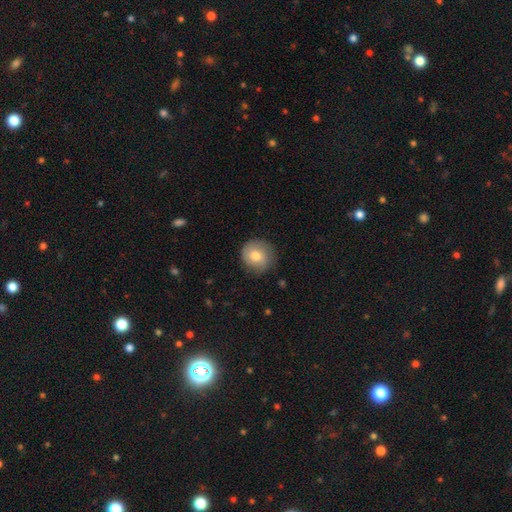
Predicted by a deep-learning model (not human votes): Morphology: type=smooth (78%); roundness=round (89%); merging=none (79%).